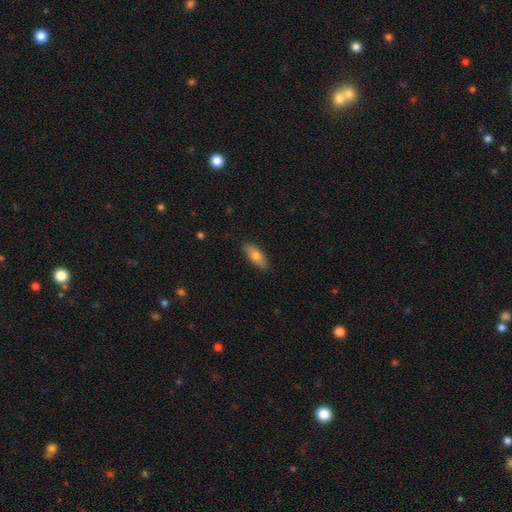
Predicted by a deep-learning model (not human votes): A smooth galaxy with no disk features (74%) that is in between round and cigar-shaped (73%). Merging: none (88%).